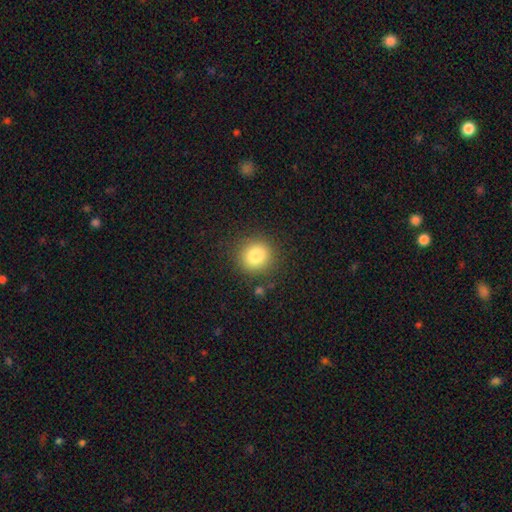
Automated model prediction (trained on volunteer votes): Smooth or featured? Predicted: smooth (p=0.83). How rounded? Predicted: round (p=0.88). Merging? Predicted: none (p=0.88).